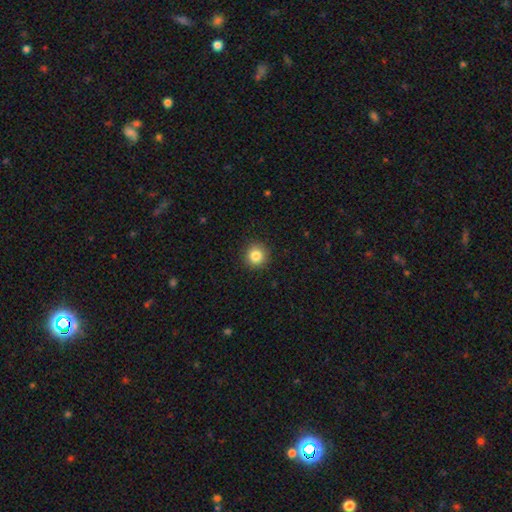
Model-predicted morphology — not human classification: Smooth or featured: smooth — 85% (star or artifact — 10%)
How rounded: round — 94% (in between — 5%)
Merging: none — 91% (minor disturbance — 6%)